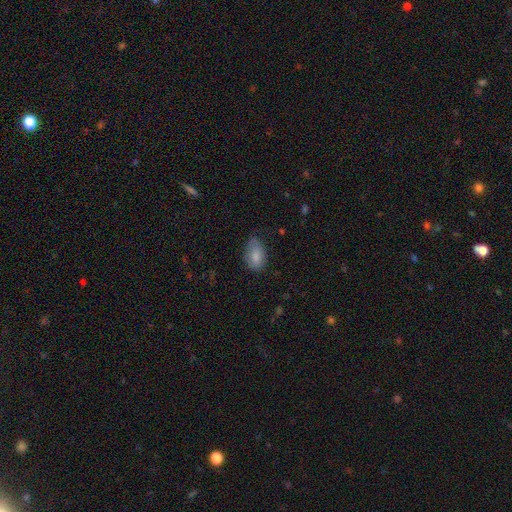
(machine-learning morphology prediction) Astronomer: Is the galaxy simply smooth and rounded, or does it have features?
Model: smooth — 82%.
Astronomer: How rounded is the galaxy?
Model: in between — 92%.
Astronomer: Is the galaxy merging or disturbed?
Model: none — 67%.